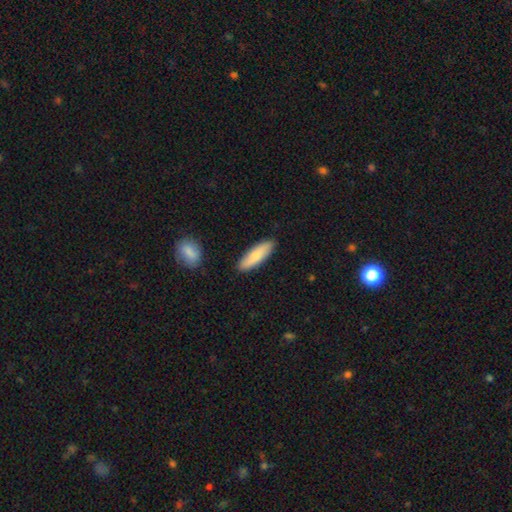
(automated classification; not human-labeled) Q: Smooth or featured?
A: smooth (77%); runner-up: featured or disk (17%)
Q: How rounded?
A: cigar-shaped (53%); runner-up: in between (45%)
Q: Merging?
A: none (87%); runner-up: minor disturbance (9%)